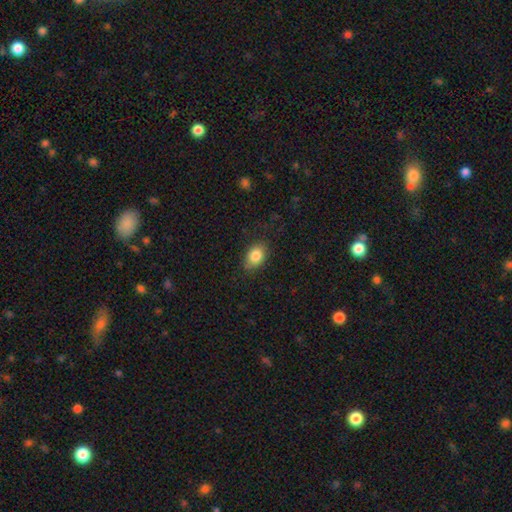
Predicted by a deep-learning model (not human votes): Morphology: type=smooth (85%); roundness=in between (75%); merging=none (79%).